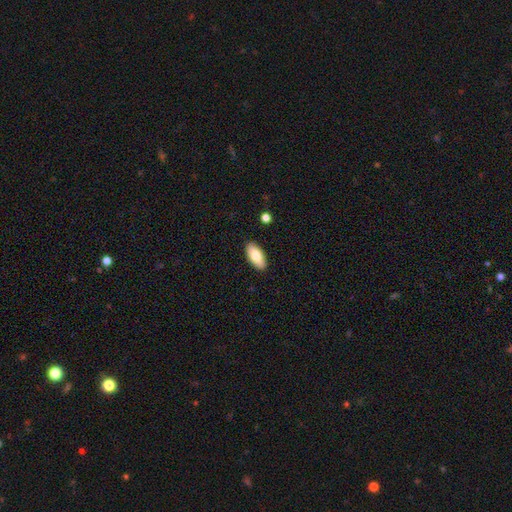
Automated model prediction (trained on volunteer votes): Smooth or featured?
  - smooth: 81% *
  - featured or disk: 13%
  - star or artifact: 6%
How rounded?
  - in between: 90% *
  - cigar-shaped: 8%
  - round: 2%
Merging?
  - none: 89% *
  - minor disturbance: 8%
  - major disturbance: 2%
  - merger: 1%